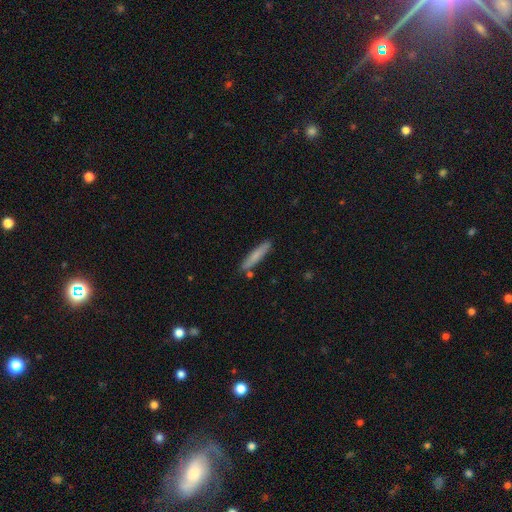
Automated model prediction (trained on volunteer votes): Q: Smooth or featured?
A: smooth (75%); runner-up: featured or disk (19%)
Q: How rounded?
A: cigar-shaped (92%); runner-up: in between (7%)
Q: Merging?
A: none (84%); runner-up: minor disturbance (10%)